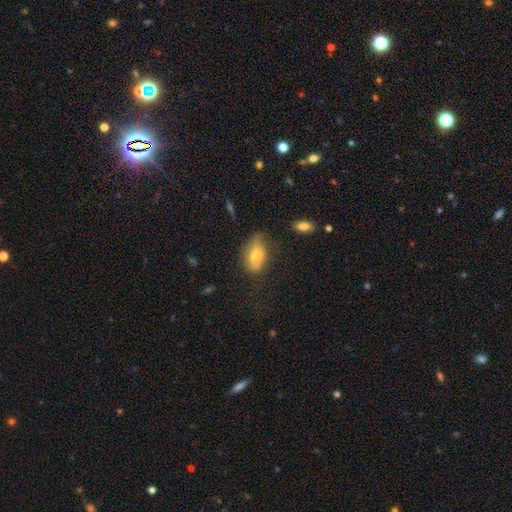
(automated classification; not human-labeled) The model was most divided on "merging": none: 56%, minor disturbance: 30%, major disturbance: 11%, merger: 2%. More confident: how rounded — in between (88%); smooth or featured — smooth (69%).